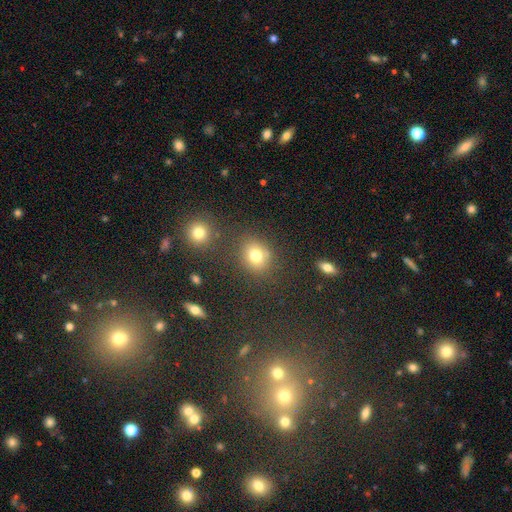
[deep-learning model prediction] Smooth or featured? smooth (77%)
How rounded? round (70%)
Merging? none (76%)